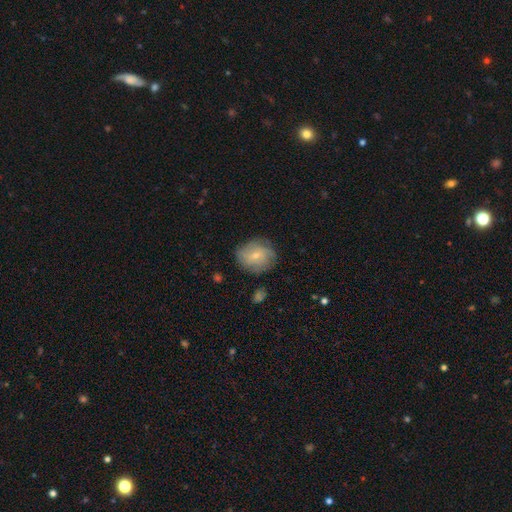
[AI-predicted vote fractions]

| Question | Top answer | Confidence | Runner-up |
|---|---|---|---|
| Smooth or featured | smooth | 53% | featured or disk (39%) |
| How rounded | round | 71% | in between (28%) |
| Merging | none | 75% | minor disturbance (18%) |